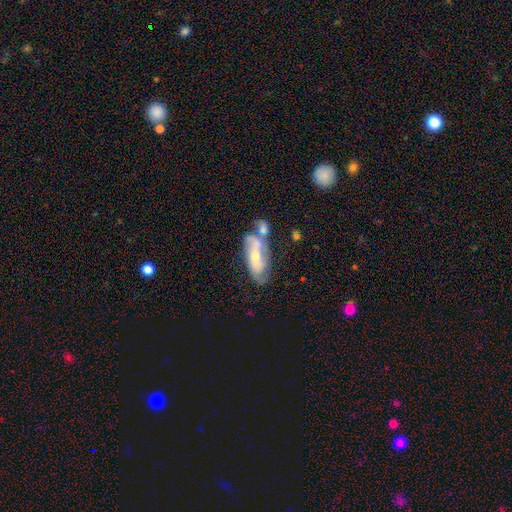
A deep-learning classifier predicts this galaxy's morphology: A featured or disk galaxy (63%) with no bar (52%), spiral arms (77%) and a moderate central bulge (53%).

Vote fractions:
- Smooth or featured? featured or disk: 63% / smooth: 30% / star or artifact: 6%
- Edge-on disk? no: 85% / yes: 15%
- Bar? no: 52% / weak: 31% / strong: 17%
- Spiral arms? yes: 77% / no: 23%
- Bulge size? moderate: 53% / small: 41% / large: 3% / none: 2% / dominant: 1%
- Merging? none: 38% / merger: 34% / minor disturbance: 19% / major disturbance: 10%